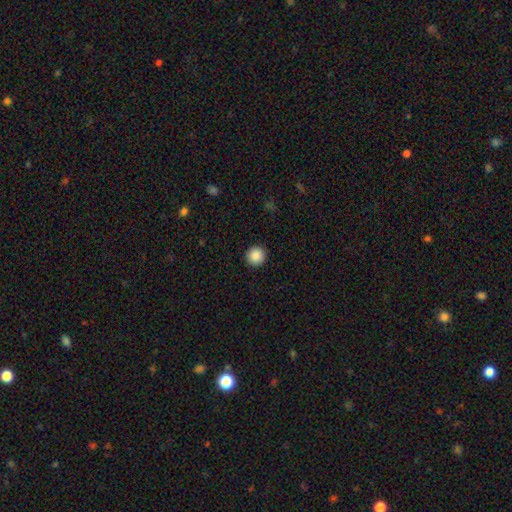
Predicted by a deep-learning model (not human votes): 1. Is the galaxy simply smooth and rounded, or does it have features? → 88% smooth, 9% star or artifact, 3% featured or disk.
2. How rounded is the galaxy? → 96% round, 3% in between, 1% cigar-shaped.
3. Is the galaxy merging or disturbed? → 93% none, 4% minor disturbance, 2% major disturbance, 1% merger.